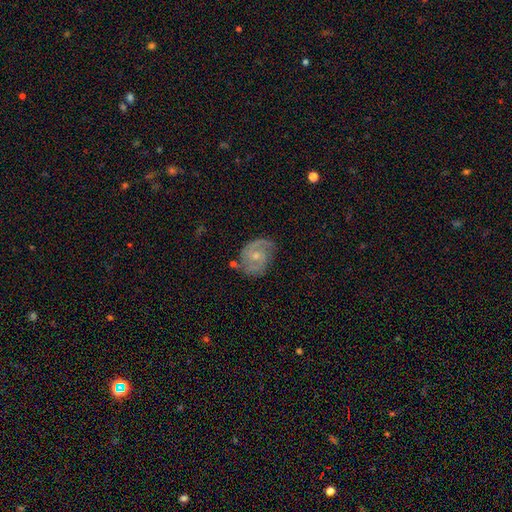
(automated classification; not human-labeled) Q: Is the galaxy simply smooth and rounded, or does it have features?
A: featured or disk — 81%.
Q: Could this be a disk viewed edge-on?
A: no — 97%.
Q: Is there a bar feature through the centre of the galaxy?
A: no — 59%.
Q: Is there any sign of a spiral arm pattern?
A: yes — 95%.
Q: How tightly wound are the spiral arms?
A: medium — 46%.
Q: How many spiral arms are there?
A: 2 — 75%.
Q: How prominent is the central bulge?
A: small — 51%.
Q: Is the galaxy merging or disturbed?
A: none — 69%.